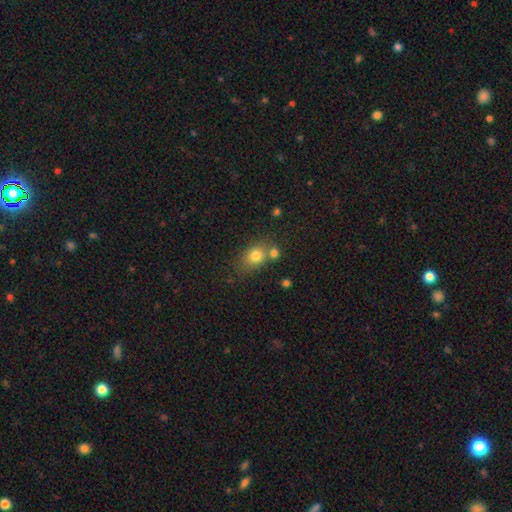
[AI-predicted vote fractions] smooth-or-featured: smooth: 78% | star or artifact: 11% | featured or disk: 11%
  how-rounded: in between: 59% | round: 39% | cigar-shaped: 2%
  merging: none: 55% | merger: 27% | minor disturbance: 14% | major disturbance: 5%